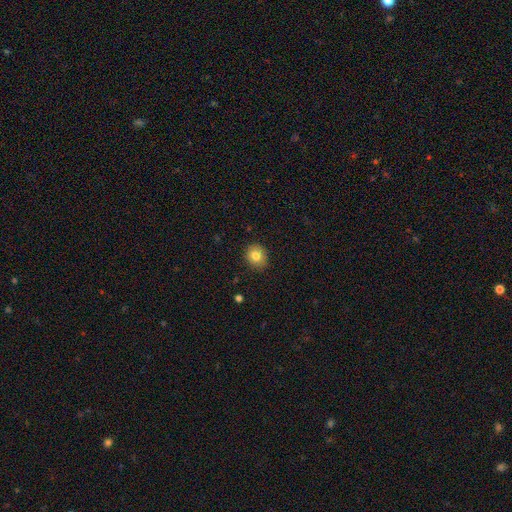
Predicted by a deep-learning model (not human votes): This is clearly a smooth galaxy (82%). How rounded: likely round (73%). Merging: clearly none (87%).